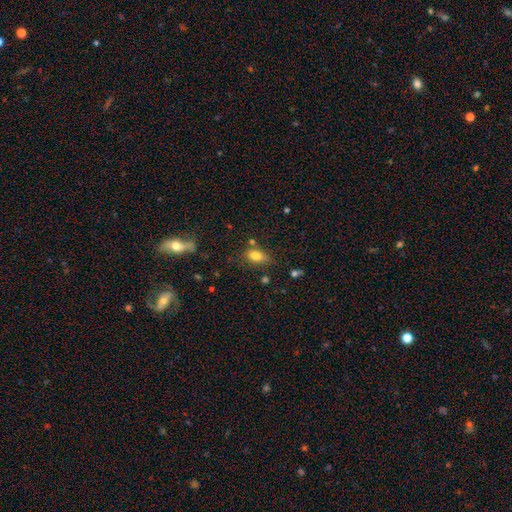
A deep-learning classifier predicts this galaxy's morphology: Overall: smooth (79%). How rounded: in between (84%). Merging: none (65%).